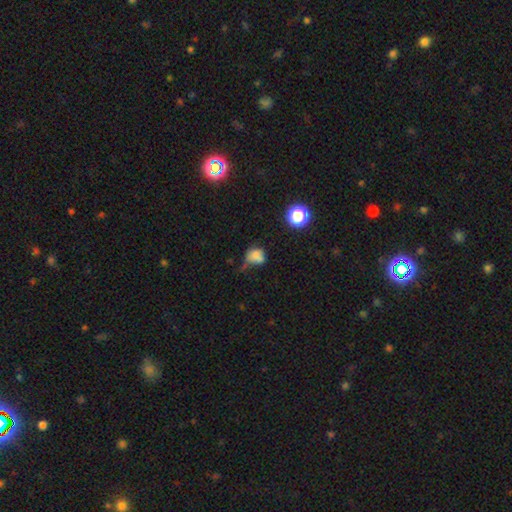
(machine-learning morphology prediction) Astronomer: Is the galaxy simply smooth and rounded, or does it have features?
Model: smooth — 70%.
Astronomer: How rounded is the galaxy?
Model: round — 61% (runner-up: in between, 38%).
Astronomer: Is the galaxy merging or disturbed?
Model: none — 32% (runner-up: minor disturbance, 31%).